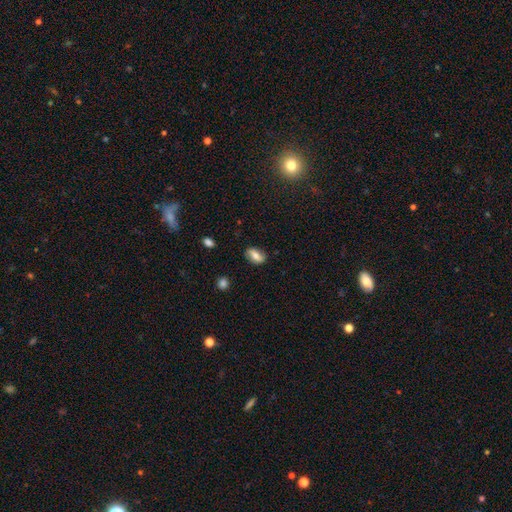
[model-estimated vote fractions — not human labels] A smooth galaxy with no disk features (56%) that is in between round and cigar-shaped (86%). Merging: none (80%).